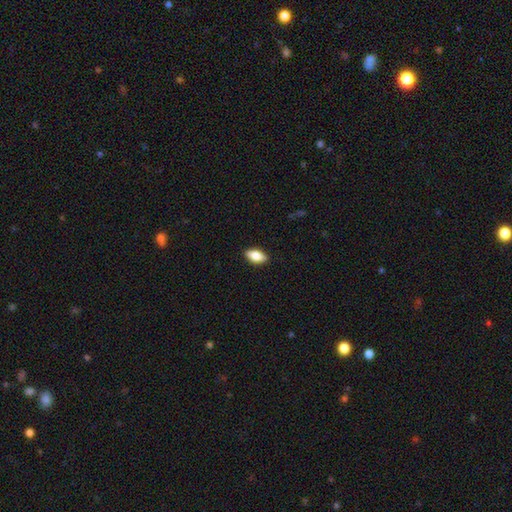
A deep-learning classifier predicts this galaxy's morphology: Smooth or featured?
  - smooth: 77% *
  - featured or disk: 16%
  - star or artifact: 7%
How rounded?
  - in between: 88% *
  - cigar-shaped: 8%
  - round: 4%
Merging?
  - none: 88% *
  - minor disturbance: 9%
  - major disturbance: 2%
  - merger: 1%